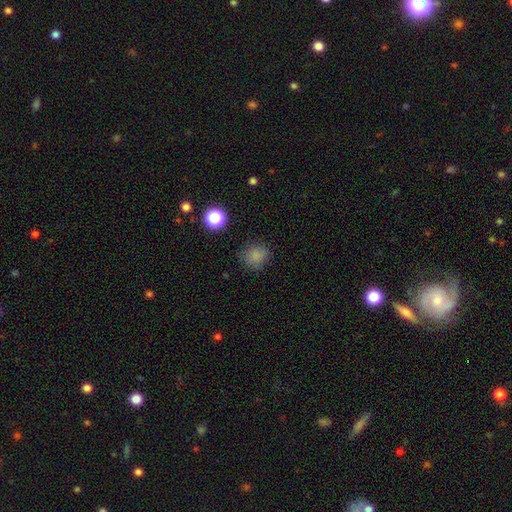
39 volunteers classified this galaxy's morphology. This is clearly a smooth galaxy (87%). How rounded: clearly round (85%). Merging: clearly none (89%).